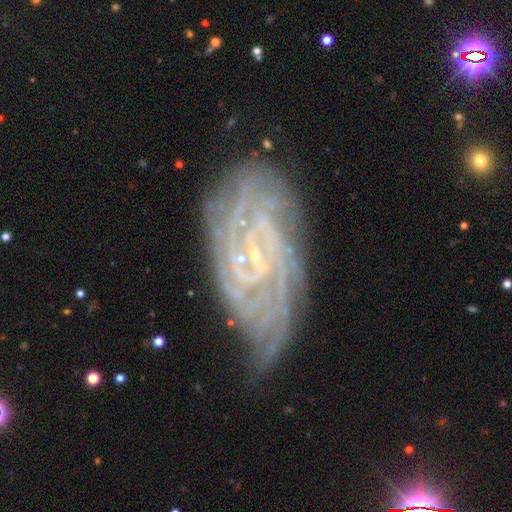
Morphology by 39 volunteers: This is clearly a featured or disk galaxy (97%). It is clearly not viewed edge-on (97%). Bar: possibly weak (51%). Spiral arm pattern: clearly yes (100%). Spiral arm count: marginally 2 (27%). Spiral winding: possibly tight (54%). Central bulge: clearly small (95%). Merging: marginally minor disturbance (42%).